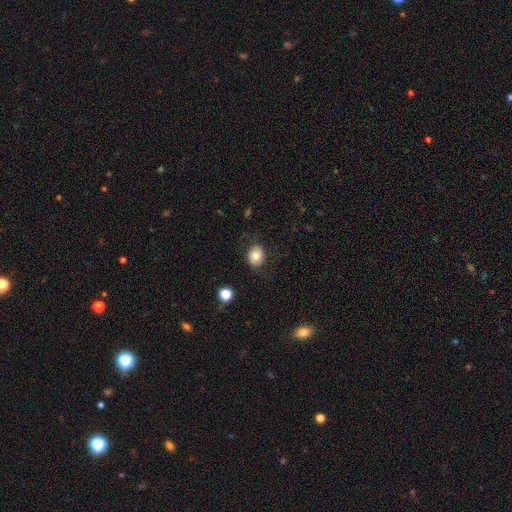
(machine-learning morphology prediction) Smooth or featured: smooth — 78% (featured or disk — 12%)
How rounded: round — 55% (in between — 44%)
Merging: none — 81% (minor disturbance — 13%)